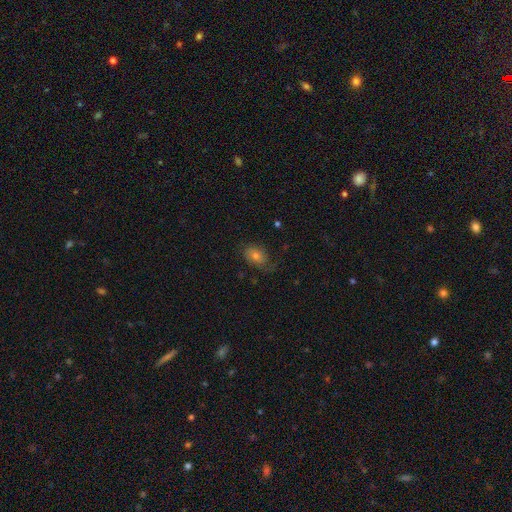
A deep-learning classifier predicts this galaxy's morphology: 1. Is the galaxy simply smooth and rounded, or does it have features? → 62% smooth, 26% featured or disk, 13% star or artifact.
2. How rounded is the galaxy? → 80% in between, 18% round, 2% cigar-shaped.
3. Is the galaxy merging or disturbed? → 62% none, 24% minor disturbance, 13% major disturbance, 1% merger.